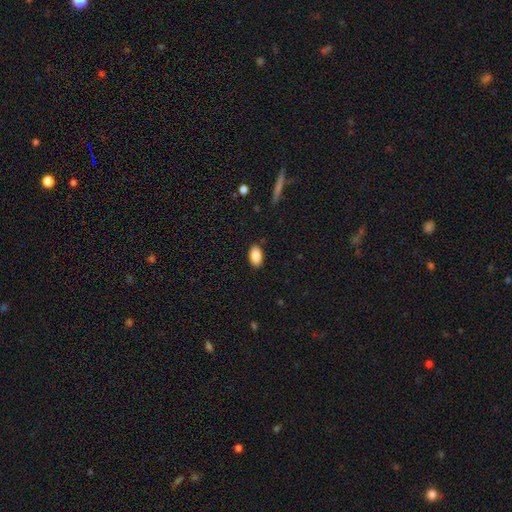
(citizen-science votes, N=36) This appears to be a smooth galaxy with no disk features (94%) that is in between round and cigar-shaped (94%). Merging: none (81%).